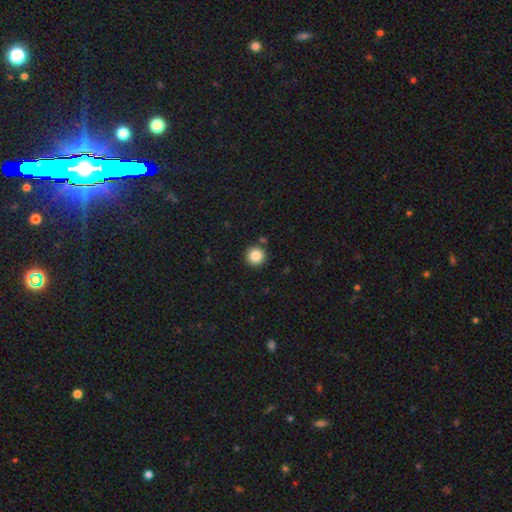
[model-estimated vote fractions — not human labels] Q: Smooth or featured?
A: smooth (86%); runner-up: star or artifact (10%)
Q: How rounded?
A: round (96%); runner-up: in between (3%)
Q: Merging?
A: none (88%); runner-up: minor disturbance (6%)